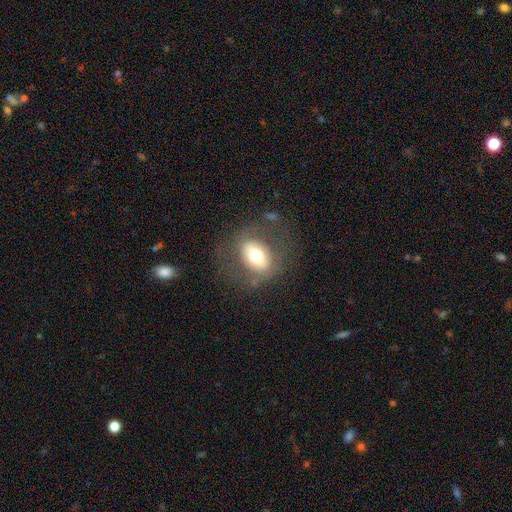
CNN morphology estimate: This is possibly a smooth galaxy (55%). How rounded: possibly in between (57%). Merging: likely none (68%).